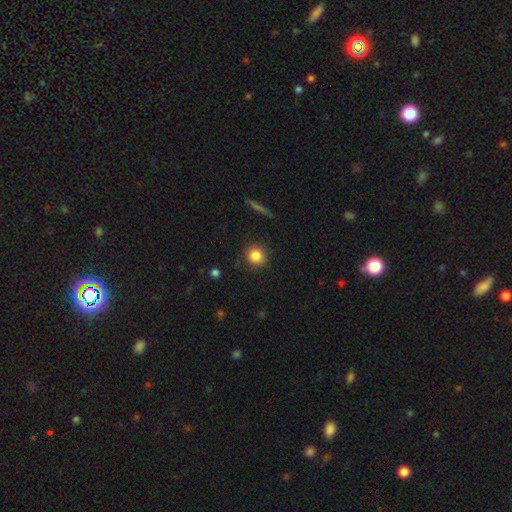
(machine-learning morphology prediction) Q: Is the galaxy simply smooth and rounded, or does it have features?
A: smooth — 85%.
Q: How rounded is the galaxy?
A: round — 89%.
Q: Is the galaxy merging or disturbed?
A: none — 87%.